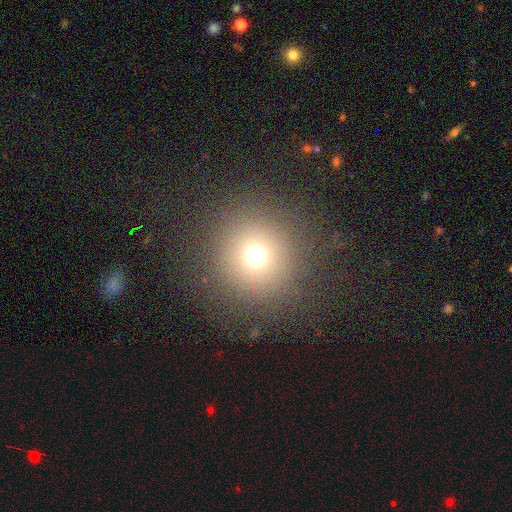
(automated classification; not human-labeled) This appears to be a smooth galaxy with no disk features (69%) that is round (95%). Merging: none (88%).